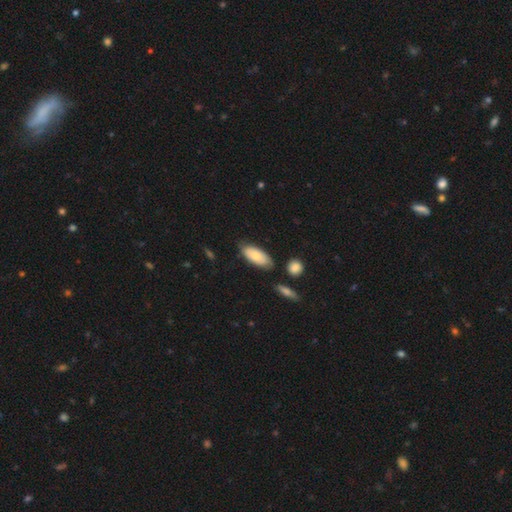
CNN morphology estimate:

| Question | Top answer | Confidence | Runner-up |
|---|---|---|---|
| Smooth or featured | smooth | 76% | featured or disk (18%) |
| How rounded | in between | 87% | cigar-shaped (11%) |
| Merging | none | 72% | minor disturbance (19%) |